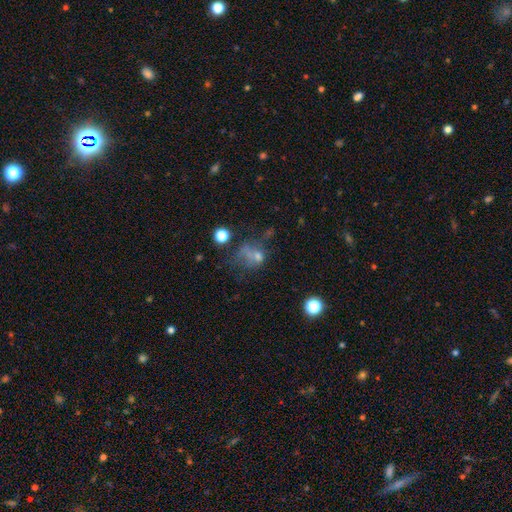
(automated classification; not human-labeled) Q: Smooth or featured?
A: smooth (41%); runner-up: featured or disk (30%)
Q: Merging?
A: major disturbance (33%); tied with: none (33%)